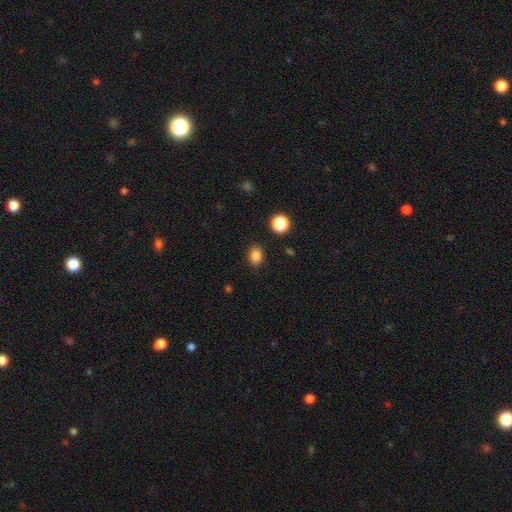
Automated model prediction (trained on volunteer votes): This appears to be a smooth galaxy with no disk features (85%) that is in between round and cigar-shaped (62%). Merging: none (87%).